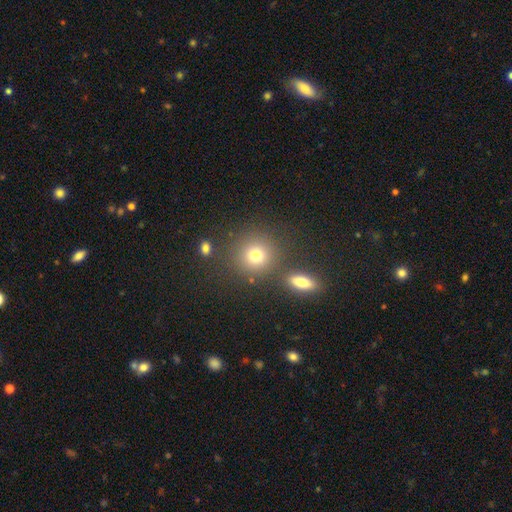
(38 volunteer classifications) Smooth or featured: smooth — 82% (star or artifact — 13%)
How rounded: round — 87% (in between — 13%)
Merging: none — 88% (merger — 6%)